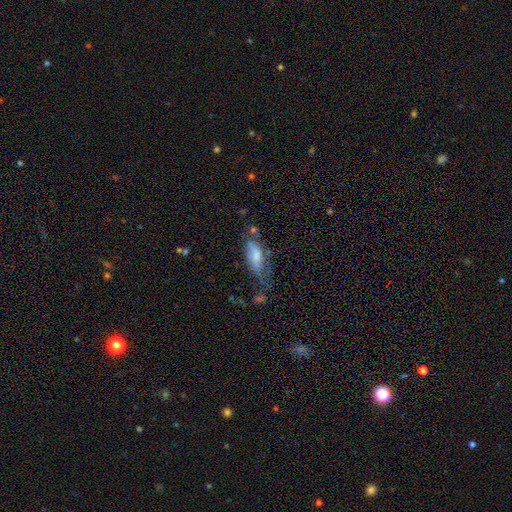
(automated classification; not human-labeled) The model was most divided on "merging": none: 34%, minor disturbance: 31%, major disturbance: 26%, merger: 9%. More confident: how rounded — in between (74%); smooth or featured — smooth (55%).